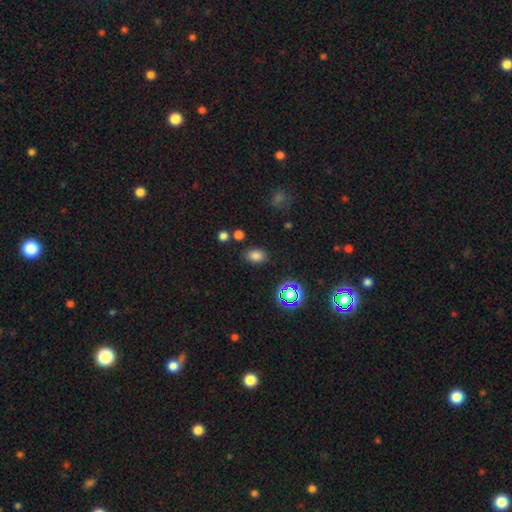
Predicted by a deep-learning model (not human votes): Smooth or featured? smooth (77%)
How rounded? in between (75%)
Merging? none (83%)